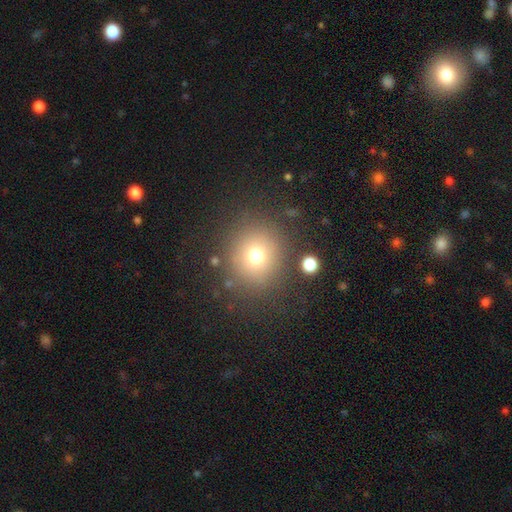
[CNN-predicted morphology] smooth_or_featured: smooth (p=0.72) [alt: star or artifact p=0.17]
how_rounded: round (p=0.88) [alt: in between p=0.12]
merging: none (p=0.83) [alt: minor disturbance p=0.09]